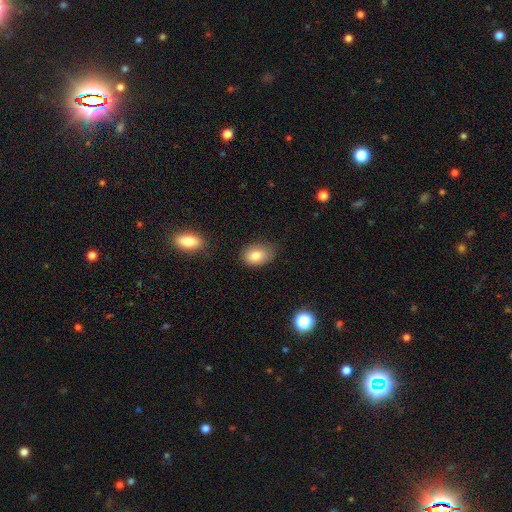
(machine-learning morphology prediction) This is clearly a smooth galaxy (81%). How rounded: likely in between (80%). Merging: likely none (71%).